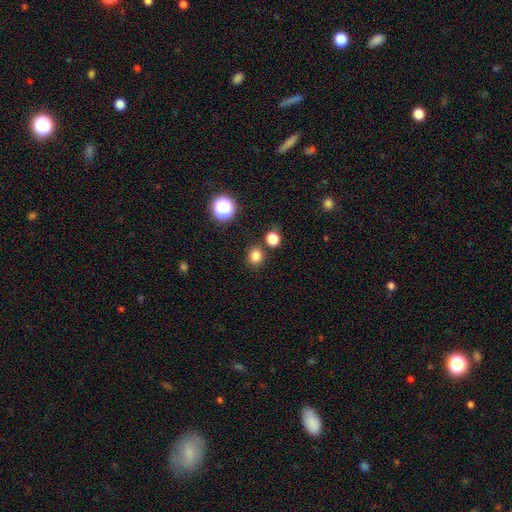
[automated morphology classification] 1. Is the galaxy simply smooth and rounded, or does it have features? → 80% smooth, 15% star or artifact, 5% featured or disk.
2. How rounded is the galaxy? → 80% round, 19% in between, 1% cigar-shaped.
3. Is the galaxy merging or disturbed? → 82% none, 8% minor disturbance, 7% merger, 3% major disturbance.